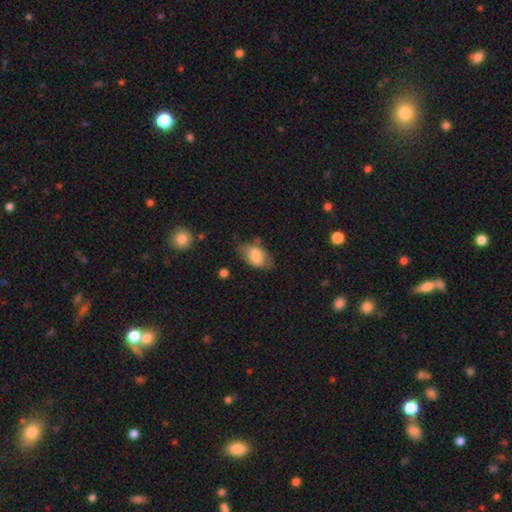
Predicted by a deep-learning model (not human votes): Smooth or featured?
  - smooth: 76% *
  - featured or disk: 17%
  - star or artifact: 7%
How rounded?
  - in between: 90% *
  - round: 8%
  - cigar-shaped: 2%
Merging?
  - none: 54% *
  - minor disturbance: 31%
  - major disturbance: 12%
  - merger: 3%